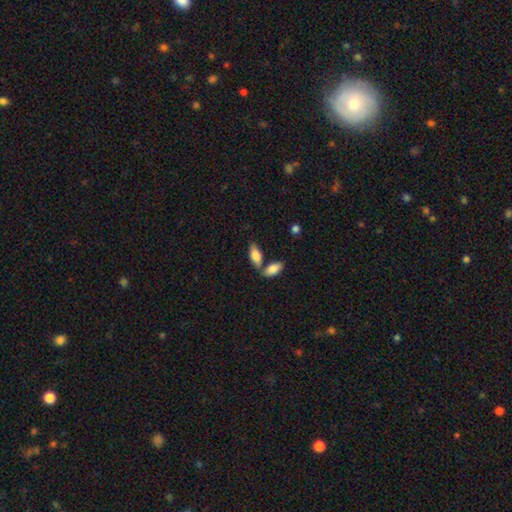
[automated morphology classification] smooth_or_featured: smooth (p=0.78) [alt: featured or disk p=0.16]
how_rounded: in between (p=0.84) [alt: cigar-shaped p=0.13]
merging: none (p=0.55) [alt: merger p=0.29]